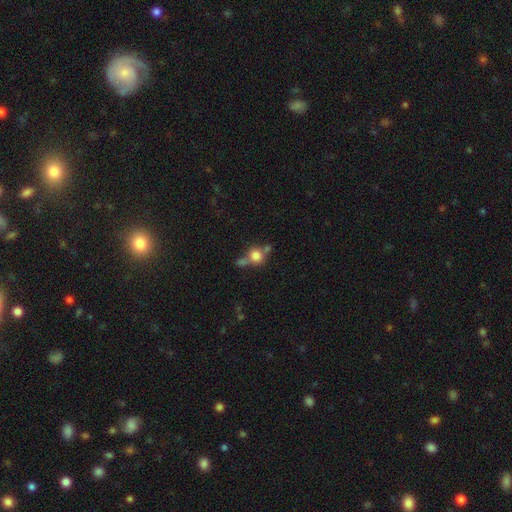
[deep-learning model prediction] Smooth or featured: smooth — 72% (featured or disk — 15%)
How rounded: round — 81% (in between — 17%)
Merging: none — 47% (merger — 33%)